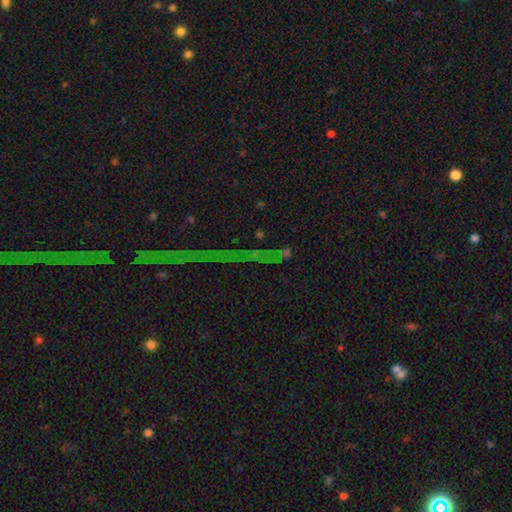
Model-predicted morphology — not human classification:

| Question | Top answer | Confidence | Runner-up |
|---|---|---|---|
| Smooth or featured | star or artifact | 81% | featured or disk (10%) |